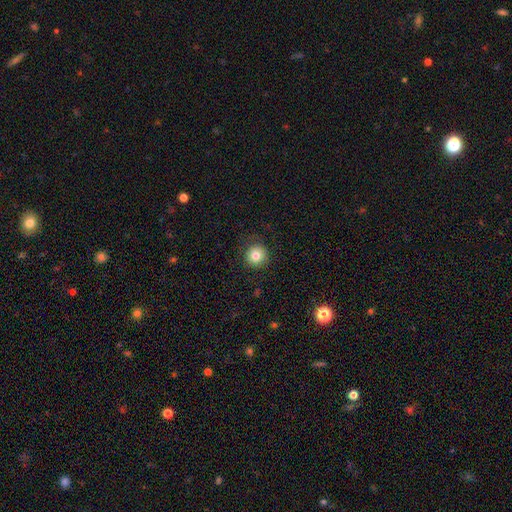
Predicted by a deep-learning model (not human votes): This is clearly a smooth galaxy (81%). How rounded: clearly round (94%). Merging: clearly none (88%).